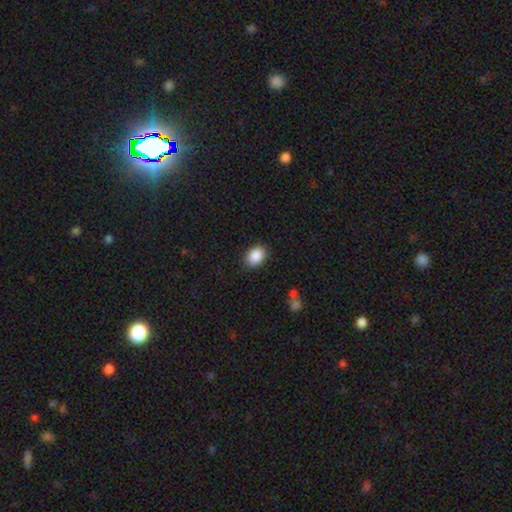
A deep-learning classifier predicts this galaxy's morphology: Overall: smooth (88%). How rounded: in between (71%). Merging: none (86%).